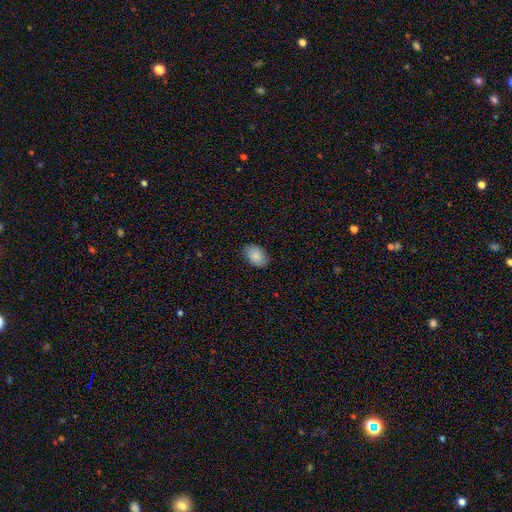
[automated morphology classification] A smooth galaxy with no disk features (87%) that is in between round and cigar-shaped (86%). Merging: none (84%).